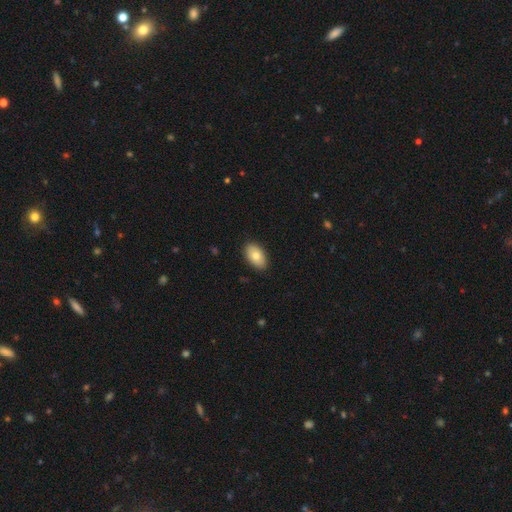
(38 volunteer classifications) smooth-or-featured: smooth: 74% | featured or disk: 21% | star or artifact: 5%
  how-rounded: in between: 96% | round: 4% | cigar-shaped: 0%
  merging: none: 97% | minor disturbance: 3% | major disturbance: 0% | merger: 0%